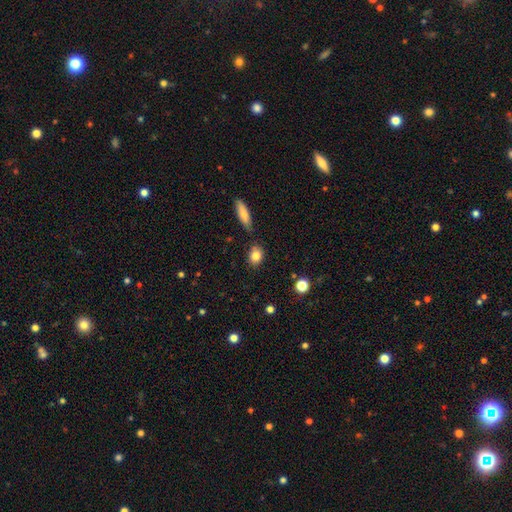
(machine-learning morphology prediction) Smooth or featured? Predicted: smooth (p=0.84). How rounded? Predicted: in between (p=0.57). Merging? Predicted: none (p=0.78).